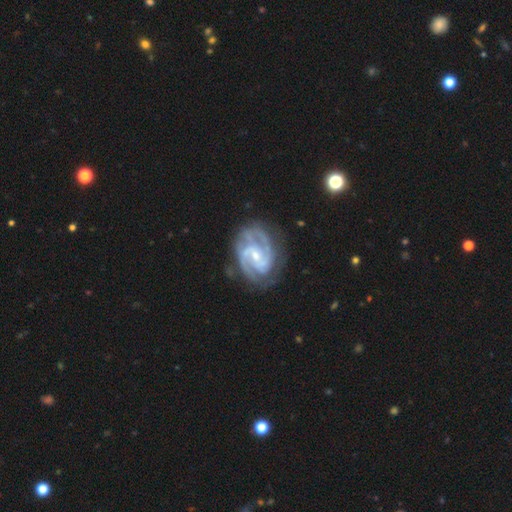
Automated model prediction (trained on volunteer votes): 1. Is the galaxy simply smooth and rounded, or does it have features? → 91% featured or disk, 5% smooth, 4% star or artifact.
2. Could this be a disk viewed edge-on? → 98% no, 2% yes.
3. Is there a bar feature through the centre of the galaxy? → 47% weak, 35% no, 18% strong.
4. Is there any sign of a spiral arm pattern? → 98% yes, 2% no.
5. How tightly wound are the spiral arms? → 50% tight, 43% medium, 7% loose.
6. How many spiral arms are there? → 52% 2, 26% 3, 10% can't tell, 5% 4, 4% 1, 4% more than 4.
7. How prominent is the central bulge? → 65% small, 30% moderate, 3% none, 1% large, 1% dominant.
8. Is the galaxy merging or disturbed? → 73% none, 19% minor disturbance, 7% major disturbance, 2% merger.